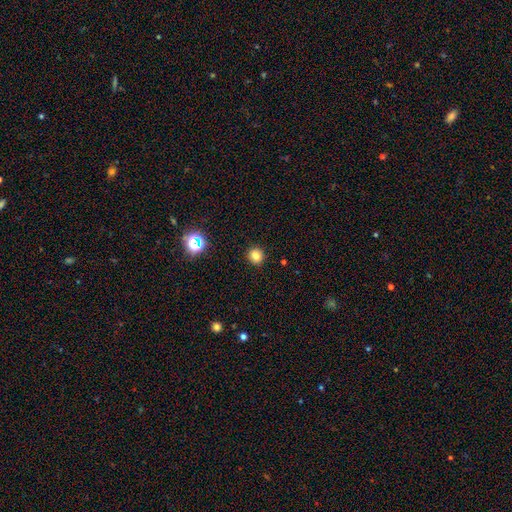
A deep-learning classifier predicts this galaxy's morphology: The model was most divided on "smooth or featured": smooth: 79%, star or artifact: 15%, featured or disk: 6%. More confident: merging — none (92%); how rounded — round (90%).